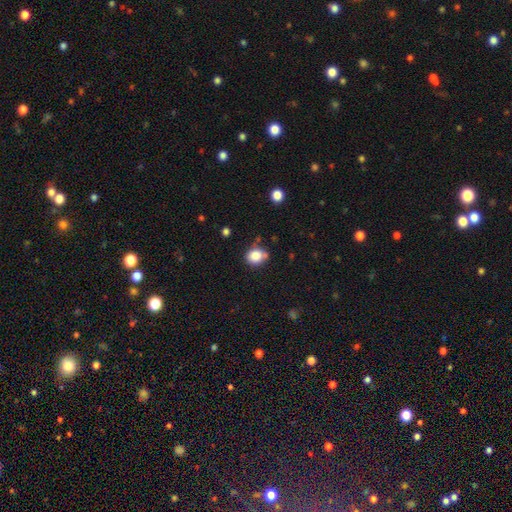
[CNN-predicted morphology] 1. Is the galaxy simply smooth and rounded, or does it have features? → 84% smooth, 10% star or artifact, 5% featured or disk.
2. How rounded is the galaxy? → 73% round, 26% in between, 1% cigar-shaped.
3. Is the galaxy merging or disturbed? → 68% none, 19% minor disturbance, 8% merger, 5% major disturbance.